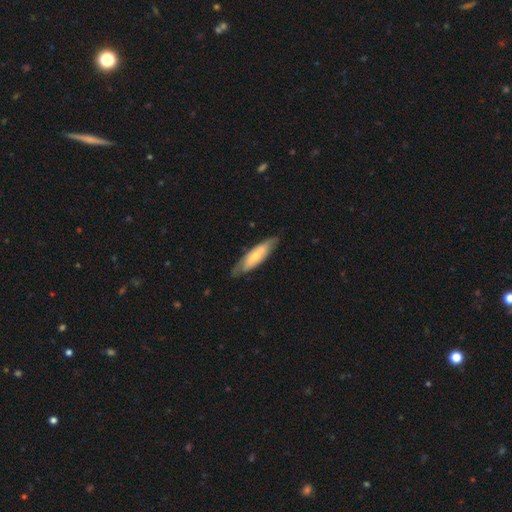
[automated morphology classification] The model was most divided on "smooth or featured": smooth: 54%, featured or disk: 41%, star or artifact: 5%. More confident: merging — none (75%); how rounded — cigar-shaped (59%).